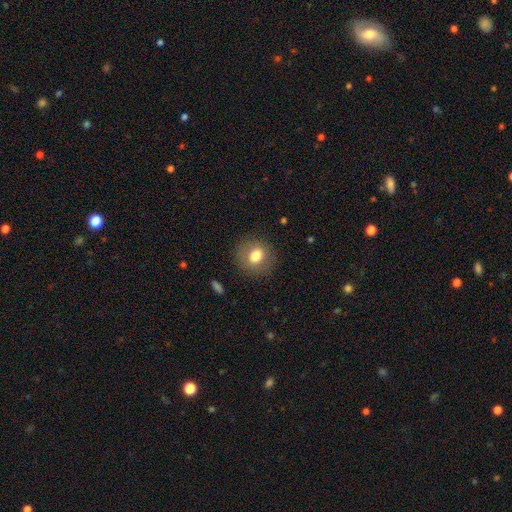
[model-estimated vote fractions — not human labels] Morphology: type=smooth (76%); roundness=round (76%); merging=none (86%).